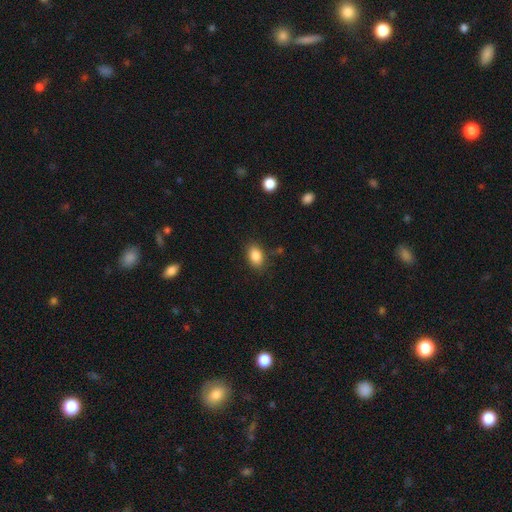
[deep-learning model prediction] This appears to be a smooth galaxy with no disk features (85%) that is in between round and cigar-shaped (84%). Merging: none (82%).